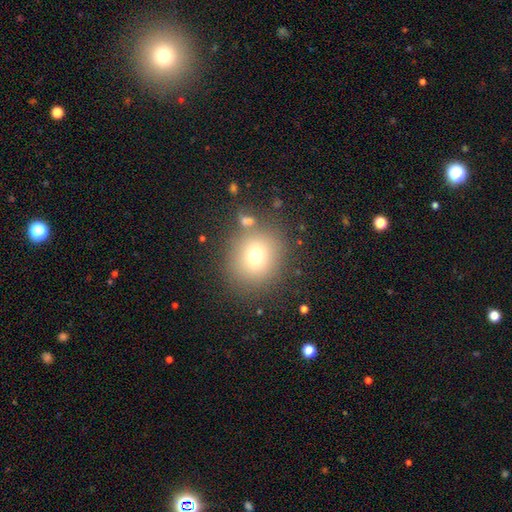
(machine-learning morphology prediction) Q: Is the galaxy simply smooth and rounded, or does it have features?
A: smooth — 71%.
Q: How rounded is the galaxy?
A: round — 83%.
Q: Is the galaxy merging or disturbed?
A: none — 79%.